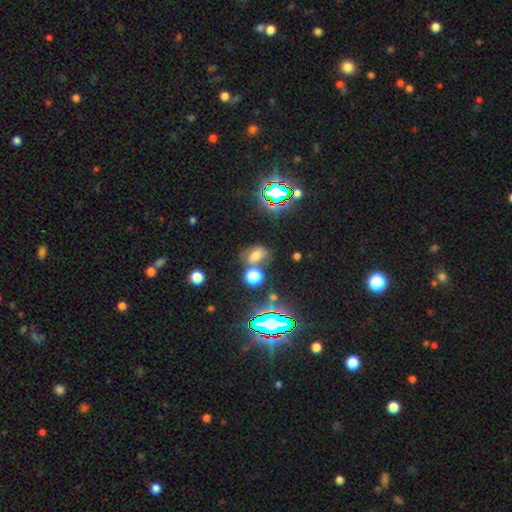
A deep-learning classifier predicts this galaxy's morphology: type=smooth (53%); roundness=in between (69%); merging=none (57%).